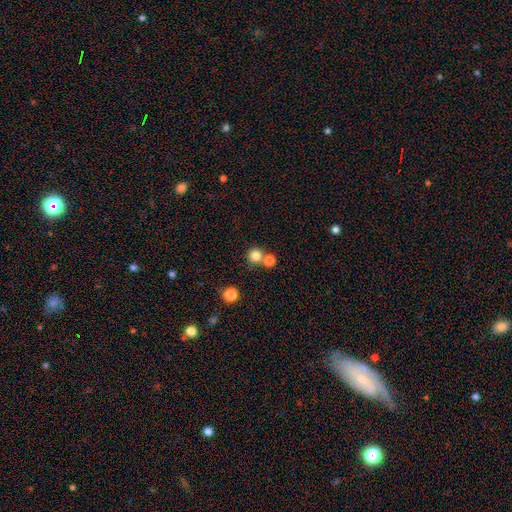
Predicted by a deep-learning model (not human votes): smooth 80%, star or artifact 13%, featured or disk 7%. Down the decision tree: how rounded — round (92%); merging — none (60%).